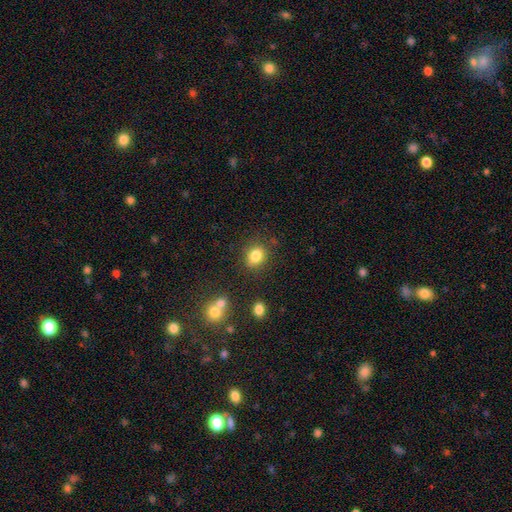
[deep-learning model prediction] smooth-or-featured: smooth: 83% | star or artifact: 10% | featured or disk: 7%
  how-rounded: round: 56% | in between: 42% | cigar-shaped: 1%
  merging: none: 80% | minor disturbance: 13% | merger: 4% | major disturbance: 4%